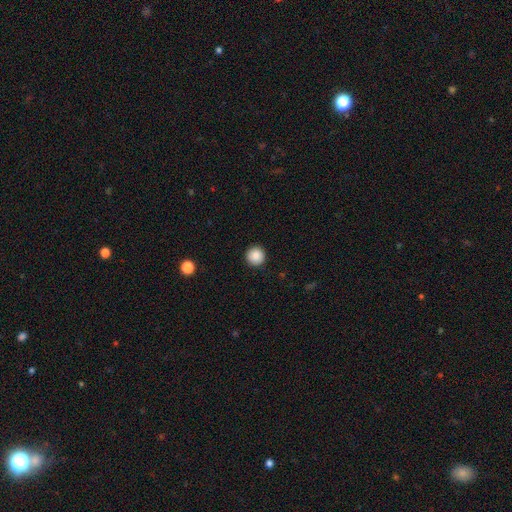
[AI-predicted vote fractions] Smooth or featured?
  - smooth: 88% *
  - star or artifact: 9%
  - featured or disk: 3%
How rounded?
  - round: 96% *
  - in between: 3%
  - cigar-shaped: 1%
Merging?
  - none: 93% *
  - minor disturbance: 5%
  - major disturbance: 2%
  - merger: 1%